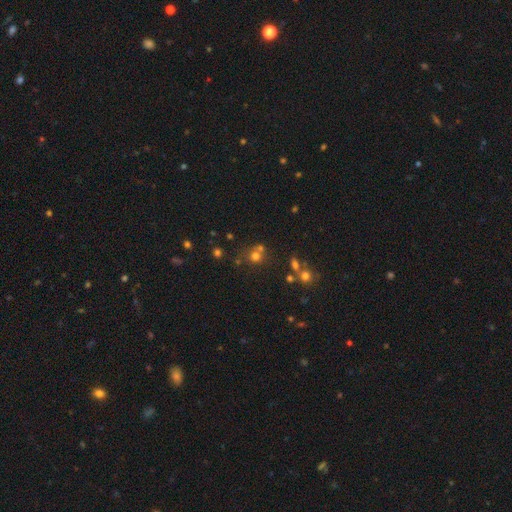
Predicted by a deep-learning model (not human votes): The model was most divided on "merging": none: 59%, merger: 27%, minor disturbance: 9%, major disturbance: 5%. More confident: how rounded — round (86%); smooth or featured — smooth (65%).